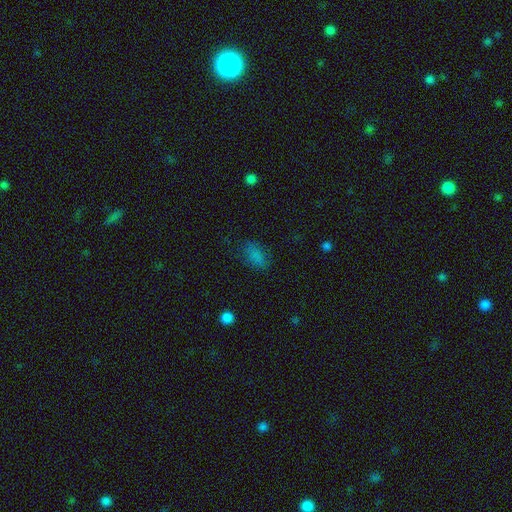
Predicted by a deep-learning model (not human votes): The model was most divided on "merging": none: 73%, minor disturbance: 19%, major disturbance: 7%, merger: 2%. More confident: how rounded — in between (90%); smooth or featured — smooth (78%).